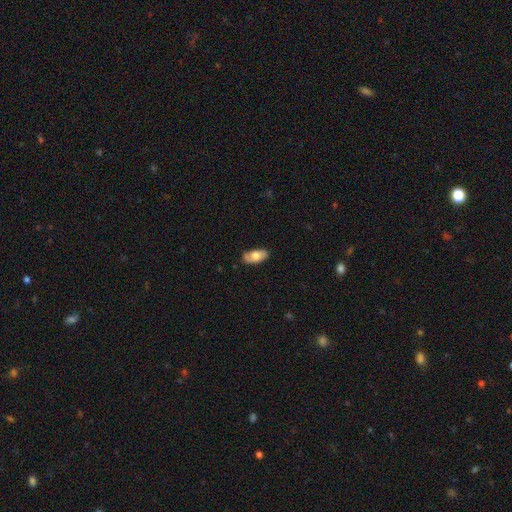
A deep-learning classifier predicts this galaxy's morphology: smooth-or-featured: smooth: 69% | featured or disk: 25% | star or artifact: 6%
  how-rounded: in between: 92% | cigar-shaped: 5% | round: 3%
  merging: none: 76% | minor disturbance: 19% | major disturbance: 3% | merger: 1%